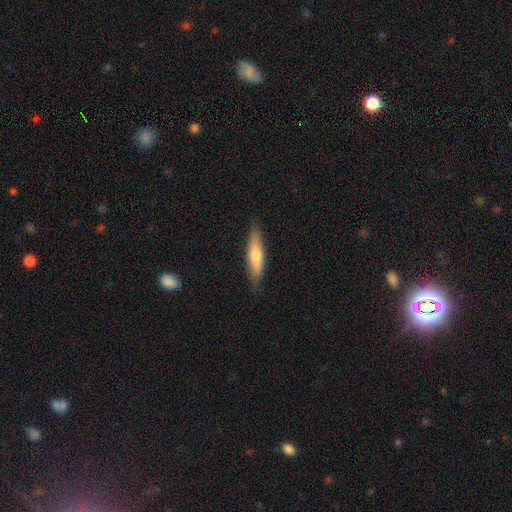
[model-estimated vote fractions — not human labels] This appears to be a smooth galaxy with no disk features (67%) that is cigar-shaped (76%). Merging: none (86%).